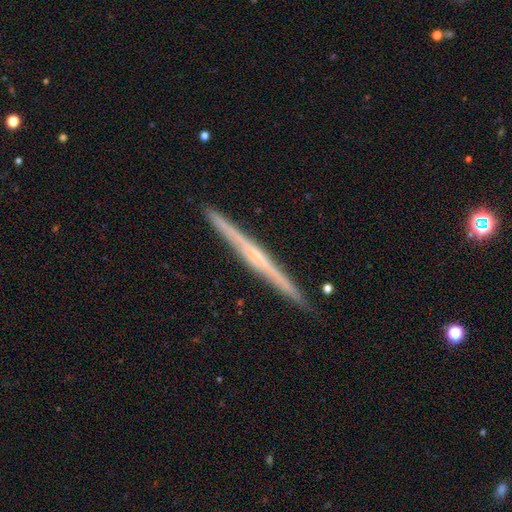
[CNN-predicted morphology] This appears to be a featured or disk galaxy (75%) viewed edge-on (98%) with no central bulge (47%). Merging: none (92%).